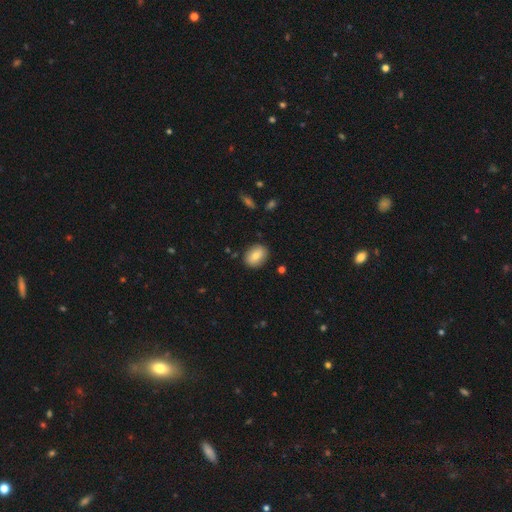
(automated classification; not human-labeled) Q: Smooth or featured?
A: smooth (77%); runner-up: featured or disk (15%)
Q: How rounded?
A: in between (65%); runner-up: round (34%)
Q: Merging?
A: none (86%); runner-up: minor disturbance (10%)